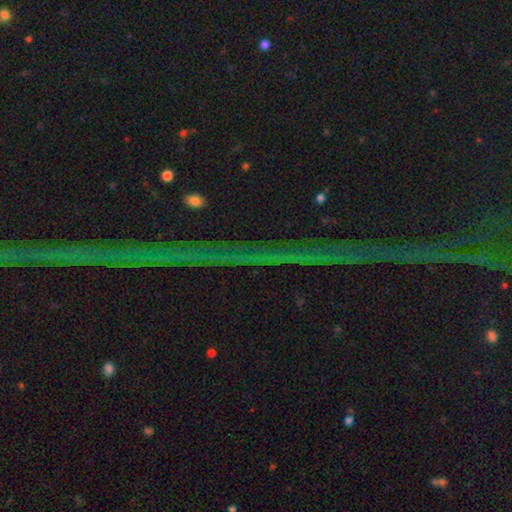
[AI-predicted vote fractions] Overall: star or artifact (82%).